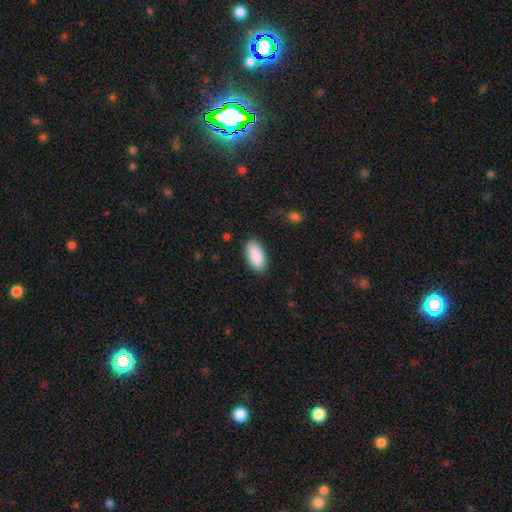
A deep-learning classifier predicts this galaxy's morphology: This is clearly a smooth galaxy (90%). How rounded: clearly in between (91%). Merging: clearly none (87%).